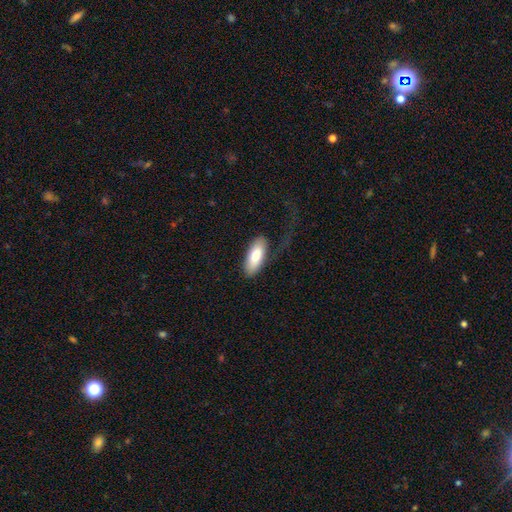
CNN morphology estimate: Smooth or featured?
  - smooth: 78% *
  - featured or disk: 16%
  - star or artifact: 5%
How rounded?
  - in between: 84% *
  - cigar-shaped: 14%
  - round: 2%
Merging?
  - none: 56% *
  - minor disturbance: 22%
  - major disturbance: 20%
  - merger: 2%